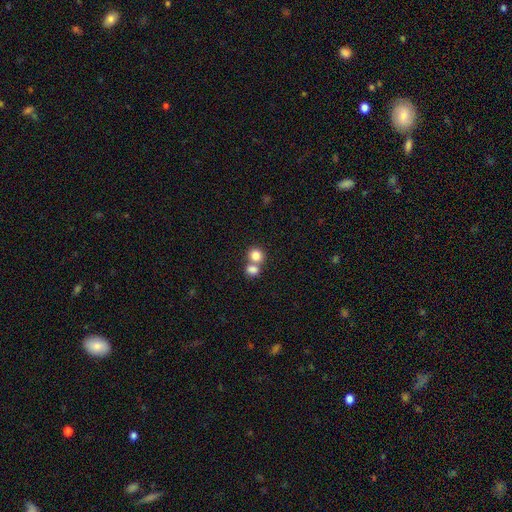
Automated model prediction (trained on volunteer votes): A smooth galaxy with no disk features (82%) that is round (73%). Merging: merger (51%).